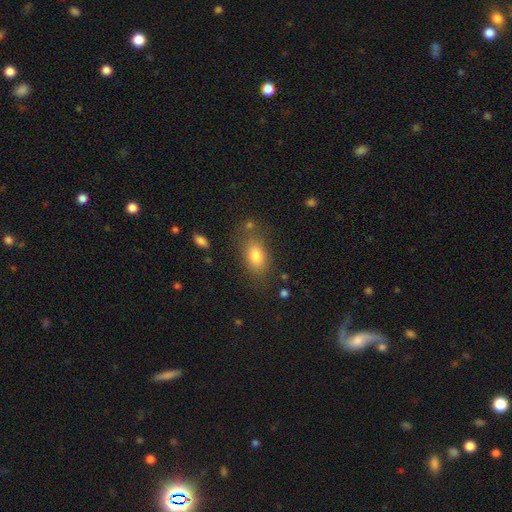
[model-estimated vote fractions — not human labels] A smooth galaxy with no disk features (79%) that is in between round and cigar-shaped (84%). Merging: none (72%).